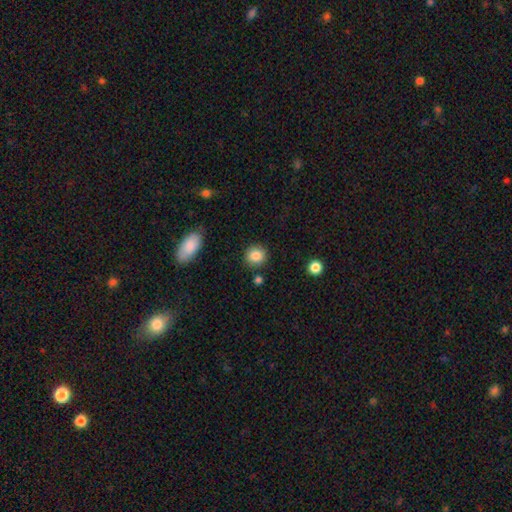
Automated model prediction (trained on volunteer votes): Smooth or featured? smooth (86%)
How rounded? round (88%)
Merging? none (86%)